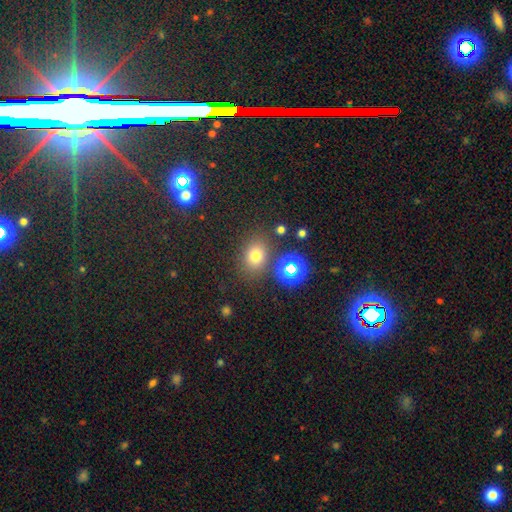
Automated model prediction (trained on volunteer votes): Overall: smooth (69%). How rounded: in between (51%; round 48%). Merging: none (79%).